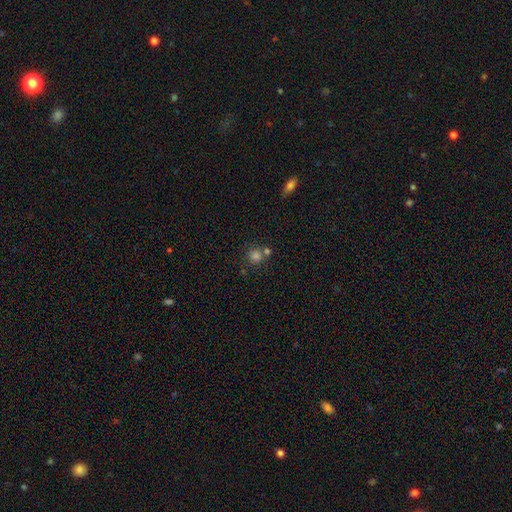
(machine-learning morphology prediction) The model was most divided on "merging": none: 62%, merger: 26%, minor disturbance: 8%, major disturbance: 3%. More confident: how rounded — round (91%); smooth or featured — smooth (77%).